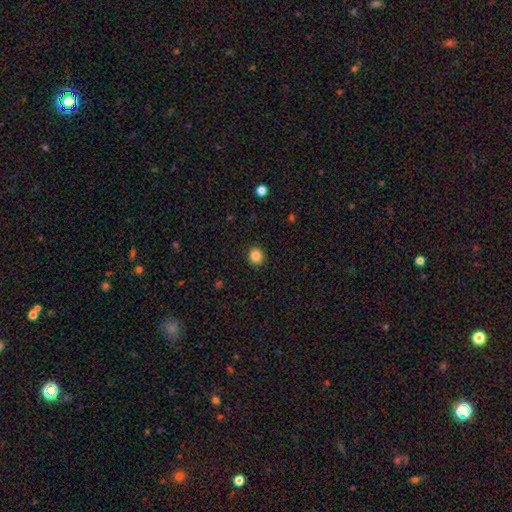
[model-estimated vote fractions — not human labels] smooth 86%, star or artifact 10%, featured or disk 4%. Down the decision tree: how rounded — round (86%); merging — none (91%).